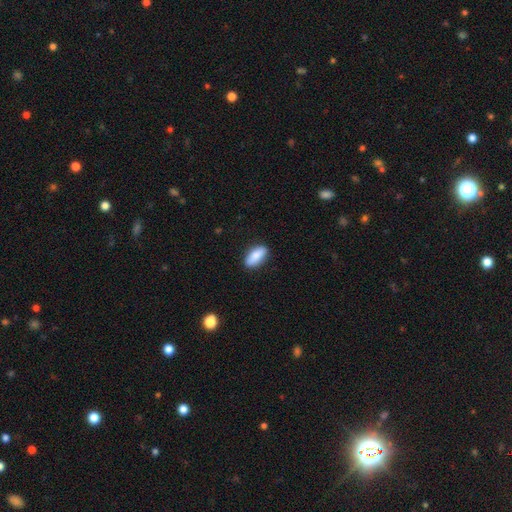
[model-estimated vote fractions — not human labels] smooth-or-featured: smooth: 84% | featured or disk: 10% | star or artifact: 6%
  how-rounded: in between: 82% | cigar-shaped: 16% | round: 3%
  merging: none: 87% | minor disturbance: 10% | major disturbance: 2% | merger: 1%